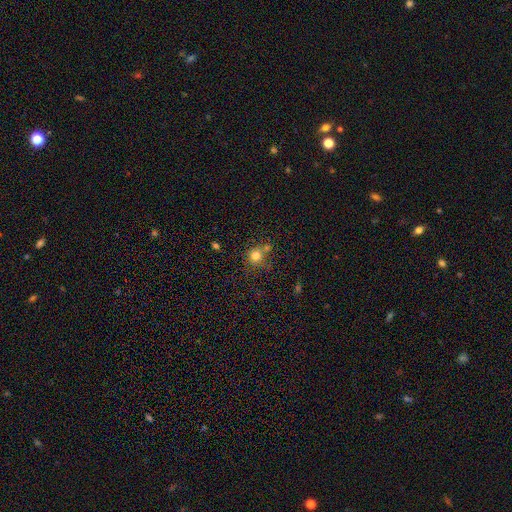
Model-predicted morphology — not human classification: A smooth galaxy with no disk features (78%) that is round (86%). Merging: none (59%).